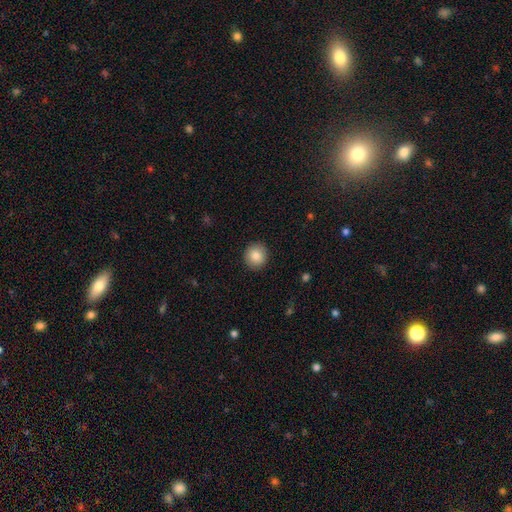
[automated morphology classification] Smooth or featured? Predicted: smooth (p=0.85). How rounded? Predicted: round (p=0.91). Merging? Predicted: none (p=0.91).